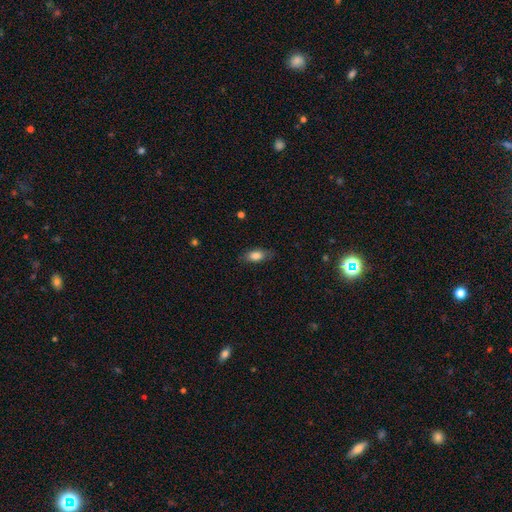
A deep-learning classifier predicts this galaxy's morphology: Smooth or featured: smooth — 82% (featured or disk — 11%)
How rounded: in between — 87% (cigar-shaped — 7%)
Merging: none — 77% (minor disturbance — 18%)